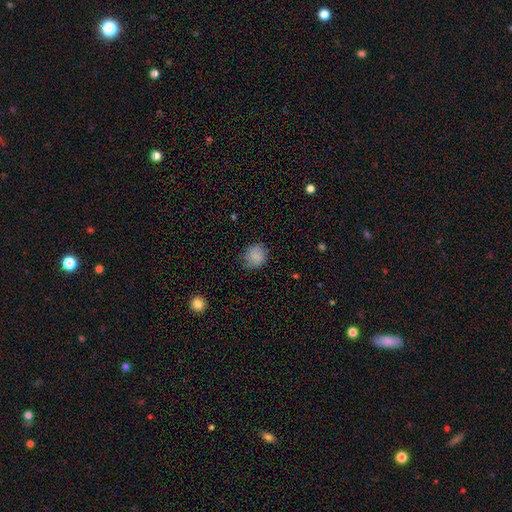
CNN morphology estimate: Overall: smooth (79%). How rounded: round (68%; in between 31%). Merging: none (66%).